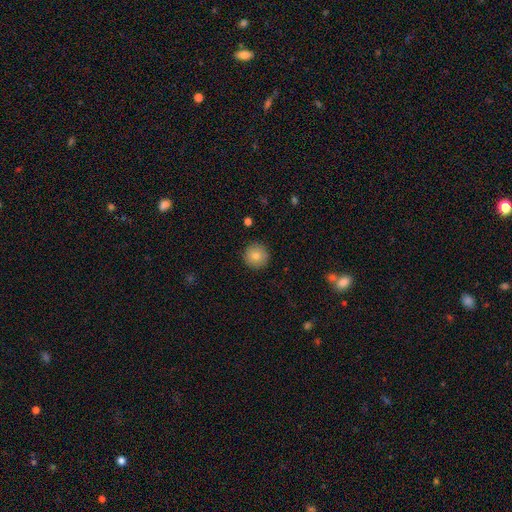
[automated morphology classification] Smooth or featured? Predicted: smooth (p=0.82). How rounded? Predicted: round (p=0.96). Merging? Predicted: none (p=0.92).